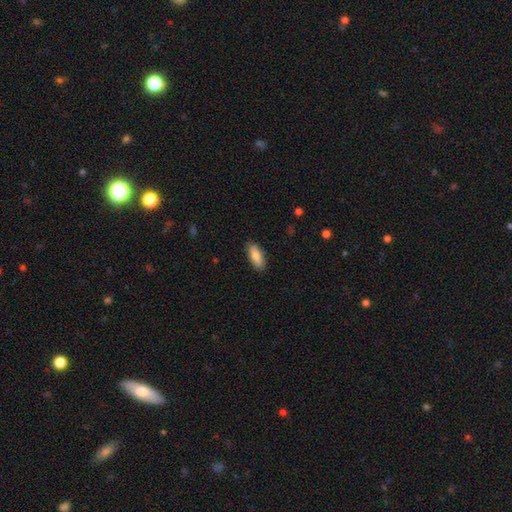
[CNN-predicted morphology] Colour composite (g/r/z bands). It shows a smooth galaxy with no disk features (85%) that is in between round and cigar-shaped (74%). Merging: none (88%).